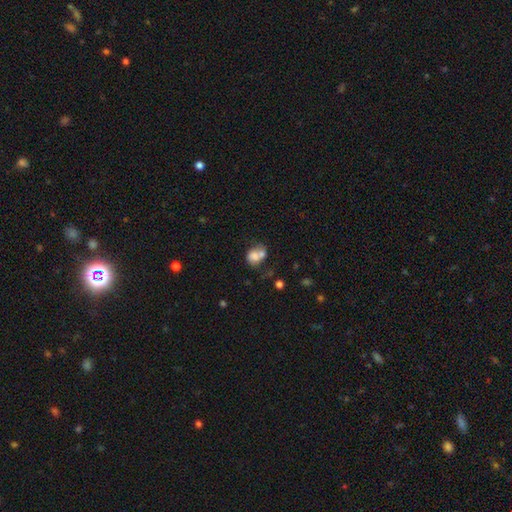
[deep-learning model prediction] This is likely a smooth galaxy (68%). How rounded: possibly in between (50%). Merging: possibly merger (55%).